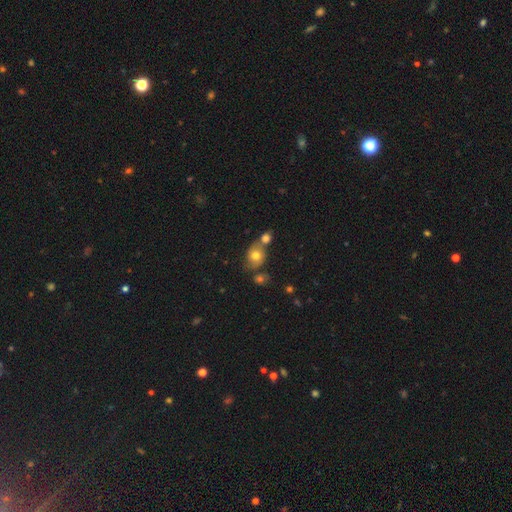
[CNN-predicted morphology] Smooth or featured?
  - smooth: 73% *
  - featured or disk: 15%
  - star or artifact: 12%
How rounded?
  - round: 53% *
  - in between: 45%
  - cigar-shaped: 1%
Merging?
  - none: 49% *
  - merger: 33%
  - minor disturbance: 13%
  - major disturbance: 5%